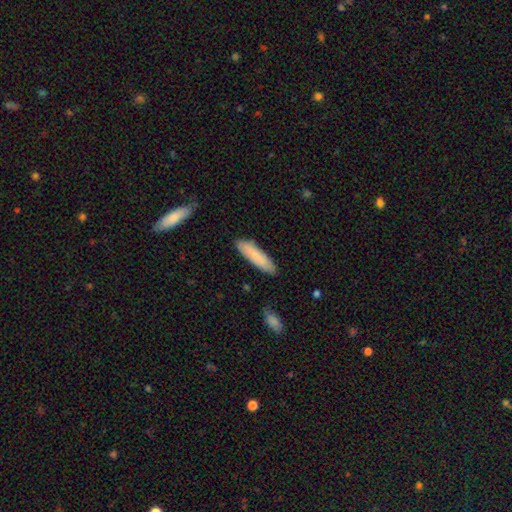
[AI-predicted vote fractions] A smooth galaxy with no disk features (83%) that is cigar-shaped (72%). Merging: none (86%).